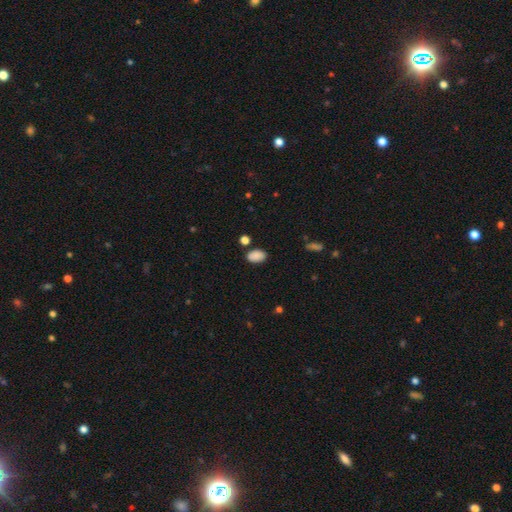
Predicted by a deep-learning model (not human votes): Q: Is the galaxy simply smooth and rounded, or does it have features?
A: smooth — 88%.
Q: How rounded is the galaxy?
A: in between — 90%.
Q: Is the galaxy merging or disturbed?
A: none — 80%.